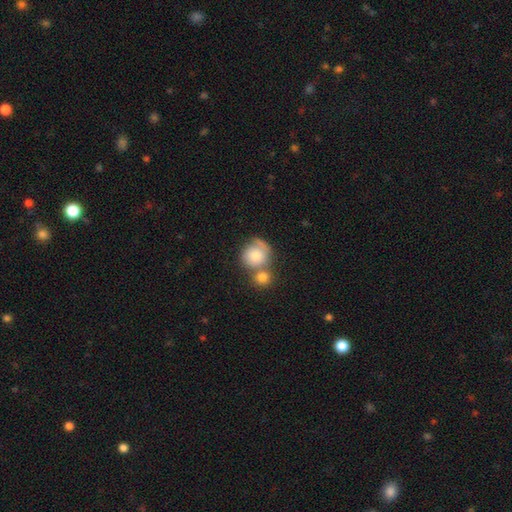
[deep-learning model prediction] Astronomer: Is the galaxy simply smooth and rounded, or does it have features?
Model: smooth — 73%.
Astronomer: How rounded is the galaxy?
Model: round — 85%.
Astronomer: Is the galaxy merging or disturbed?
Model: merger — 46% (runner-up: none, 34%).